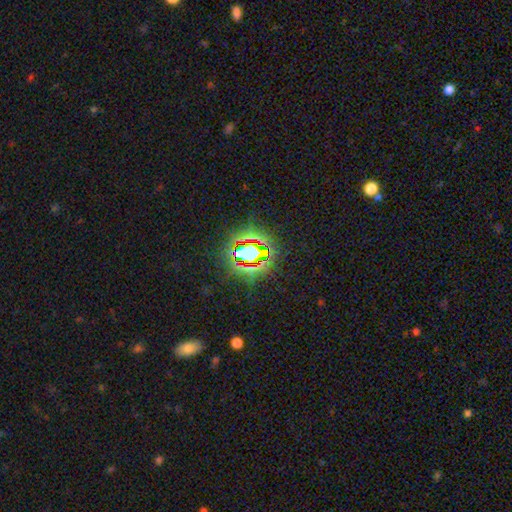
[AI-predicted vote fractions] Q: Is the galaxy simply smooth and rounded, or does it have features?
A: star or artifact — 70%.